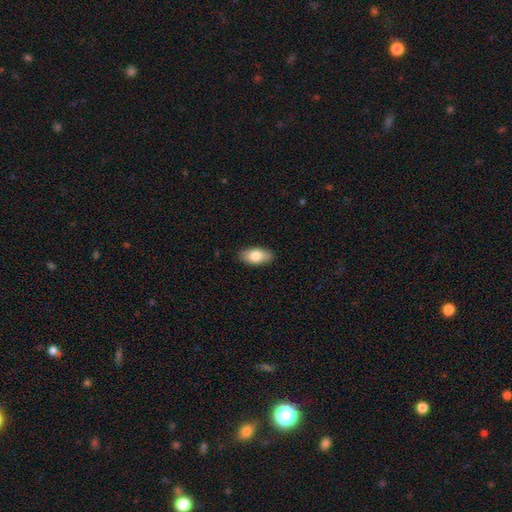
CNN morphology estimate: The model was most divided on "smooth or featured": smooth: 79%, featured or disk: 14%, star or artifact: 6%. More confident: how rounded — in between (92%); merging — none (88%).